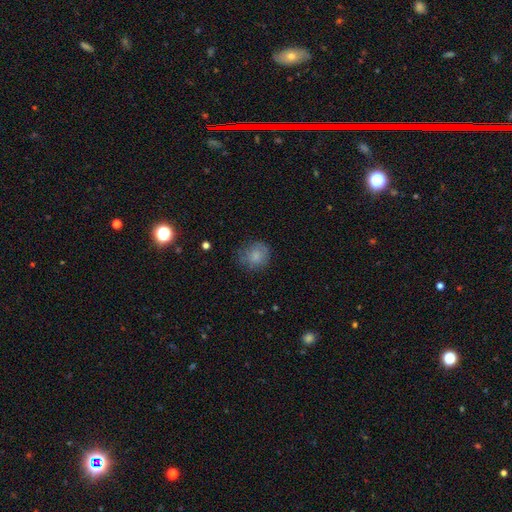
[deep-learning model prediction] smooth_or_featured: smooth (p=0.78) [alt: featured or disk p=0.14]
how_rounded: round (p=0.80) [alt: in between p=0.19]
merging: none (p=0.67) [alt: minor disturbance p=0.23]